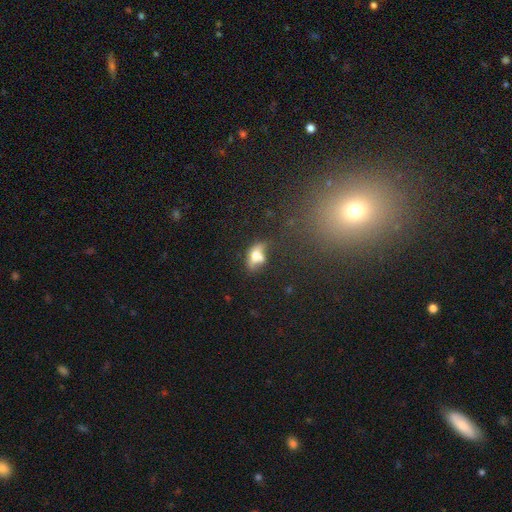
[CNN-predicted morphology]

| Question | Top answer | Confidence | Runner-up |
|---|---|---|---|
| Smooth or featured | smooth | 54% | featured or disk (35%) |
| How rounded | in between | 76% | round (16%) |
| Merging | none | 36% | merger (33%) |